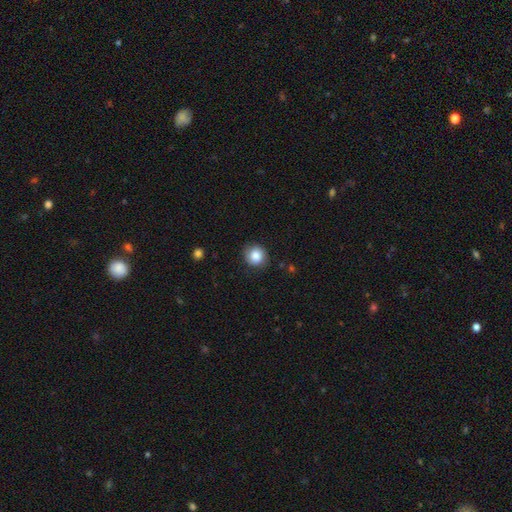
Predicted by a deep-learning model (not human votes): This is clearly a smooth galaxy (84%). How rounded: clearly round (85%). Merging: clearly none (83%).